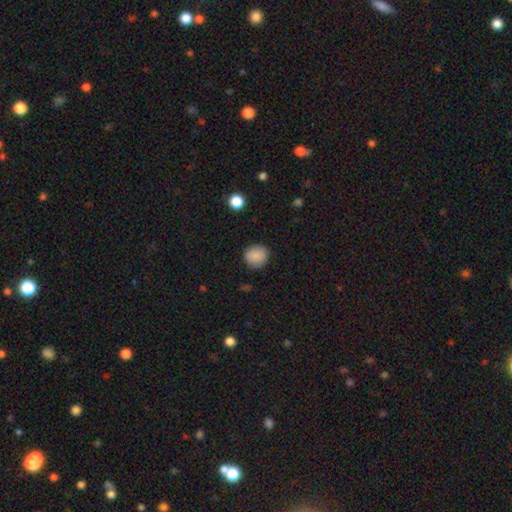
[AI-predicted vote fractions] Smooth or featured: smooth — 88% (star or artifact — 9%)
How rounded: round — 89% (in between — 11%)
Merging: none — 88% (minor disturbance — 9%)